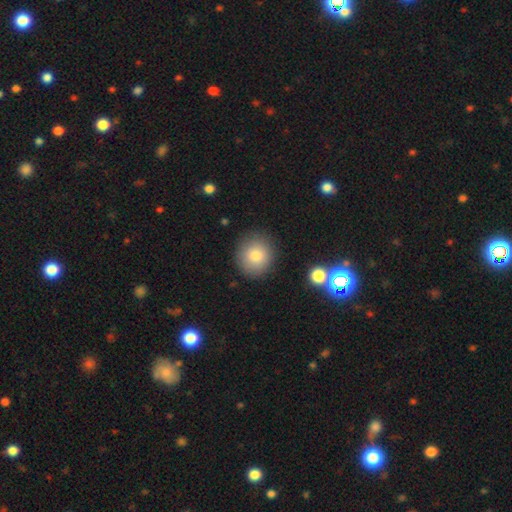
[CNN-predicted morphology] smooth 80%, star or artifact 10%, featured or disk 10%. Down the decision tree: how rounded — round (86%); merging — none (87%).